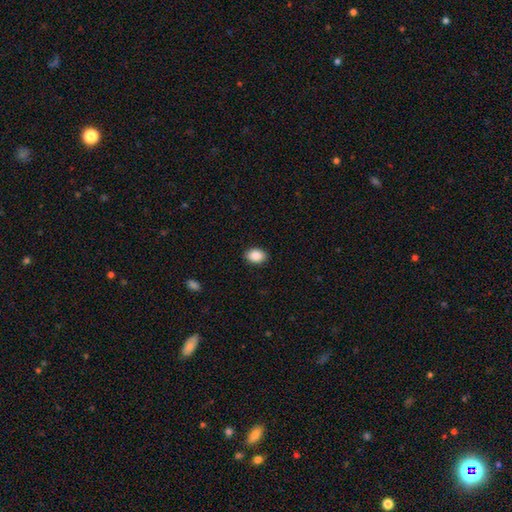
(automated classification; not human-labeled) This appears to be a smooth galaxy with no disk features (89%) that is in between round and cigar-shaped (78%). Merging: none (90%).